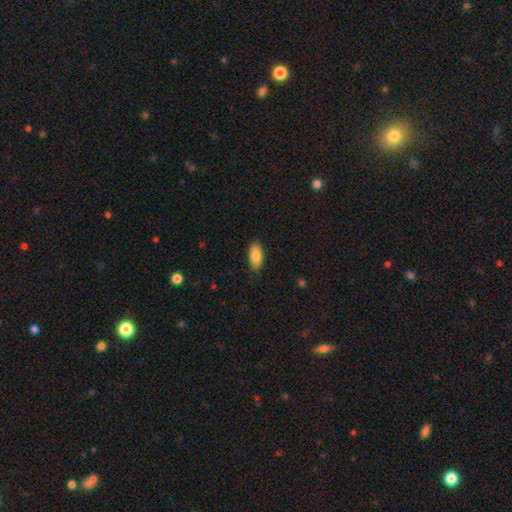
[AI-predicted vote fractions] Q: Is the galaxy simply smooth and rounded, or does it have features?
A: smooth — 85%.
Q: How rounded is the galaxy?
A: in between — 84%.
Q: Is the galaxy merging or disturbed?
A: none — 87%.